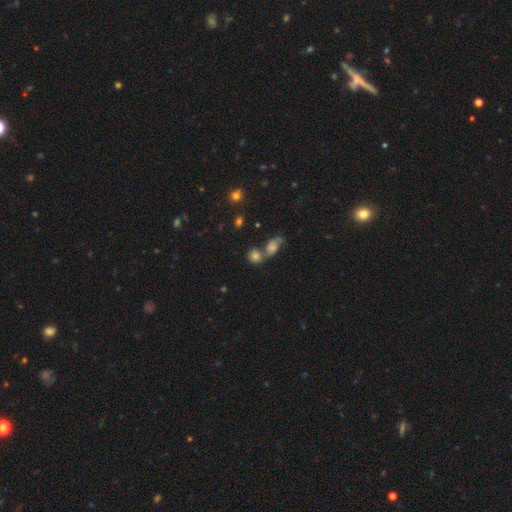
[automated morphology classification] smooth_or_featured: smooth (p=0.67) [alt: featured or disk p=0.17]
how_rounded: round (p=0.70) [alt: in between p=0.27]
merging: none (p=0.44) [alt: merger p=0.41]